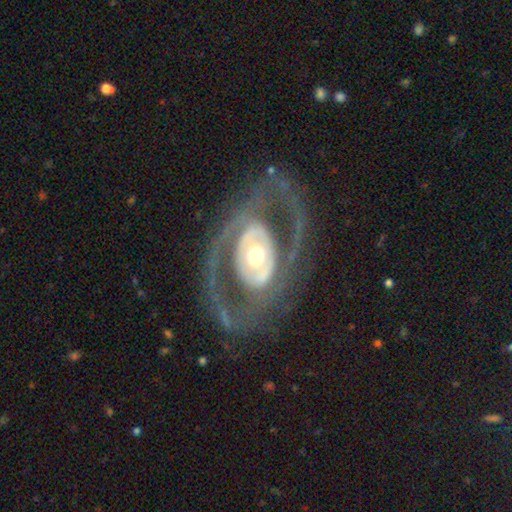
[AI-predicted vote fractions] featured or disk 84%, smooth 12%, star or artifact 5%. Down the decision tree: edge-on disk — no (95%); bar — no (62%); spiral arms — yes (68%); spiral arm count — 2 (77%); spiral winding — medium (45%); bulge size — moderate (63%); merging — none (69%).